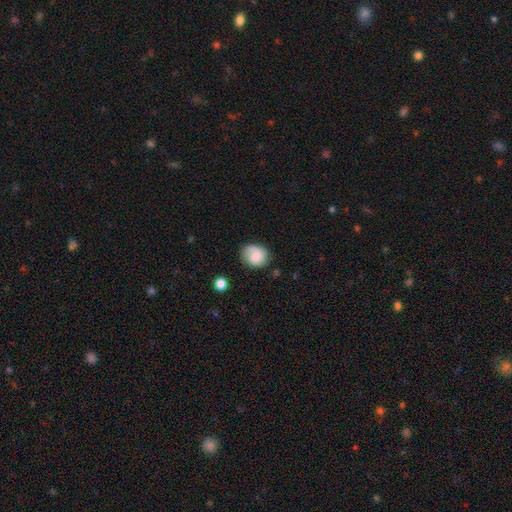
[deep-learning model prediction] Smooth or featured: smooth — 66% (featured or disk — 27%)
How rounded: round — 70% (in between — 29%)
Merging: none — 66% (minor disturbance — 23%)